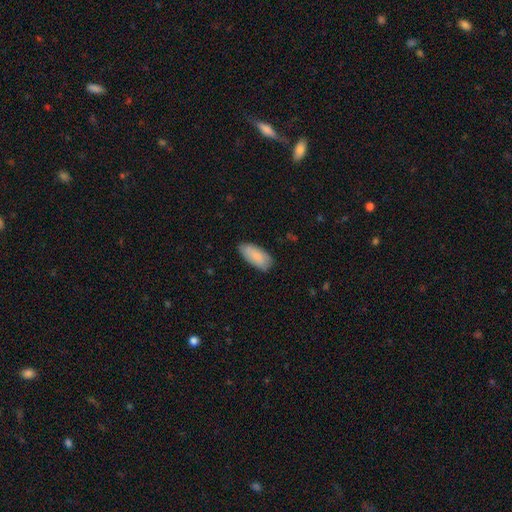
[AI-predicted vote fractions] This appears to be a smooth galaxy with no disk features (85%) that is in between round and cigar-shaped (91%). Merging: none (79%).